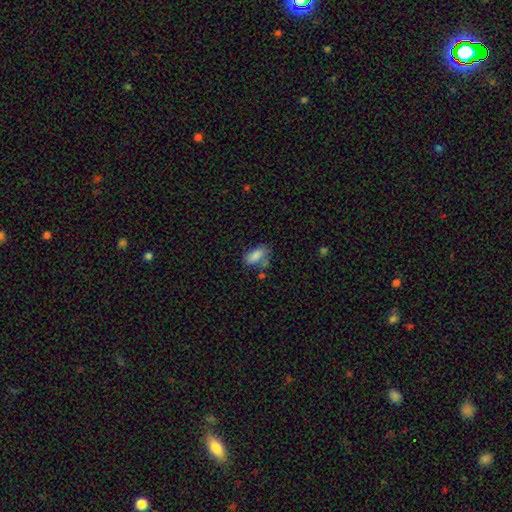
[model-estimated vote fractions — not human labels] This is clearly a smooth galaxy (82%). How rounded: clearly in between (90%). Merging: possibly none (53%).